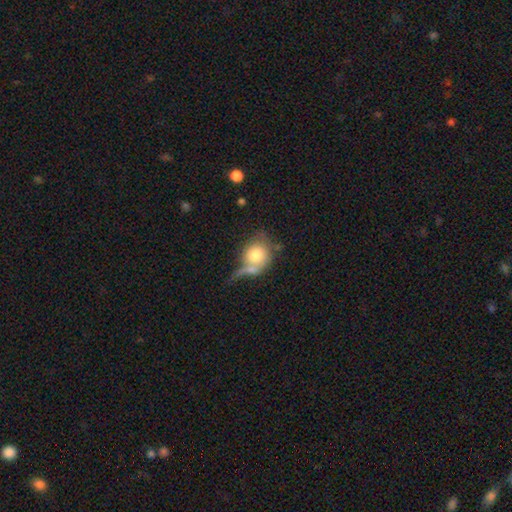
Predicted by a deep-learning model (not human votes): Q: Smooth or featured?
A: smooth (72%); runner-up: featured or disk (21%)
Q: How rounded?
A: round (73%); runner-up: in between (25%)
Q: Merging?
A: merger (38%); runner-up: none (29%)